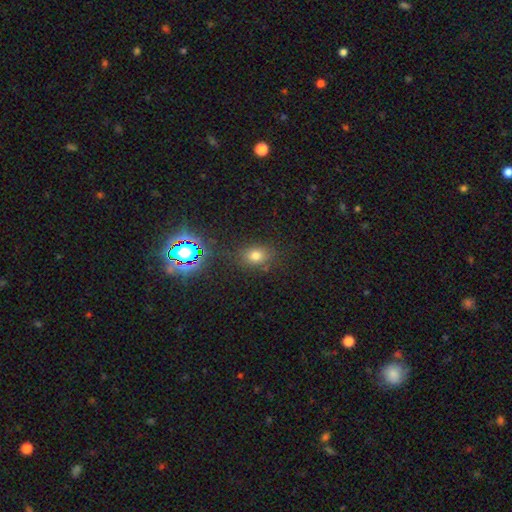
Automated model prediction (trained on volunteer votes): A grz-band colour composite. It shows a smooth galaxy with no disk features (69%) that is in between round and cigar-shaped (59%). Merging: none (76%).